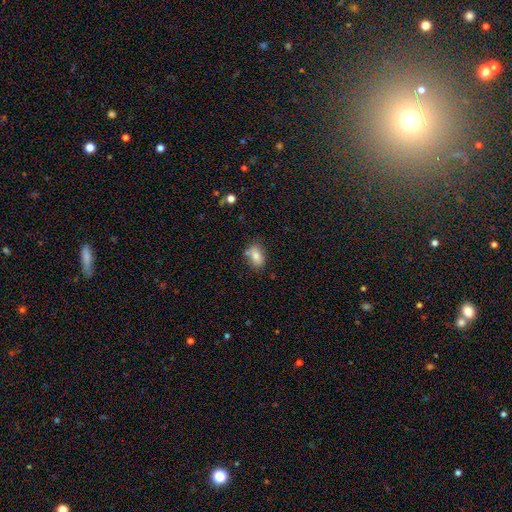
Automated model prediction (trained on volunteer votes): The model was most divided on "merging": none: 66%, minor disturbance: 19%, merger: 11%, major disturbance: 4%. More confident: how rounded — in between (85%); smooth or featured — smooth (80%).